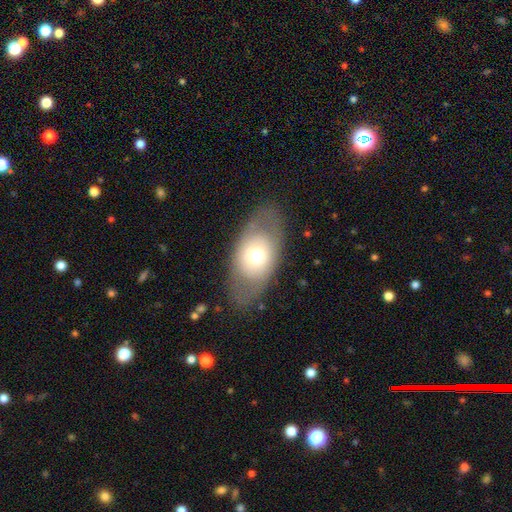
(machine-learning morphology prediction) Smooth or featured? Predicted: smooth (p=0.56). How rounded? Predicted: in between (p=0.87). Merging? Predicted: none (p=0.77).